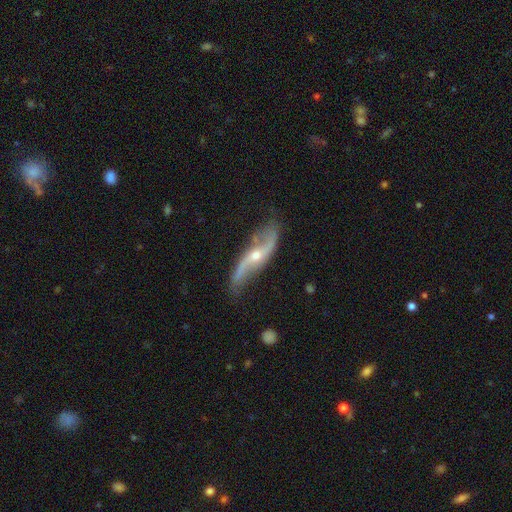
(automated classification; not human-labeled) Smooth or featured?
  - featured or disk: 88% *
  - smooth: 7%
  - star or artifact: 5%
Edge-on disk?
  - no: 88% *
  - yes: 12%
Bar?
  - no: 52% *
  - weak: 30%
  - strong: 18%
Spiral arms?
  - yes: 95% *
  - no: 5%
Spiral winding?
  - loose: 87% *
  - medium: 9%
  - tight: 4%
Spiral arm count?
  - 2: 93% *
  - can't tell: 2%
  - 1: 2%
  - 3: 1%
  - 4: 1%
  - more than 4: 1%
Bulge size?
  - small: 54% *
  - moderate: 42%
  - large: 2%
  - none: 1%
  - dominant: 1%
Merging?
  - none: 71% *
  - minor disturbance: 19%
  - major disturbance: 7%
  - merger: 3%